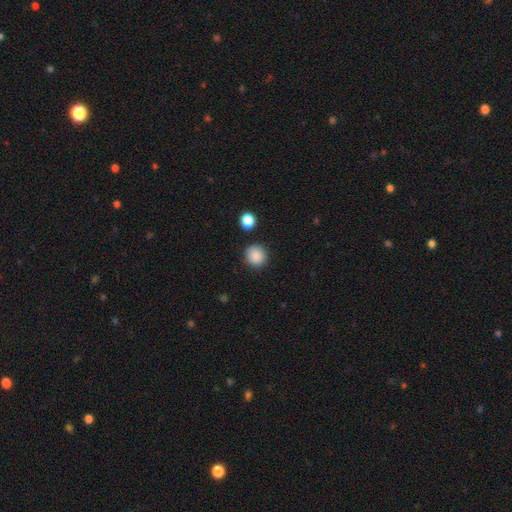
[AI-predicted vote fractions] Q: Smooth or featured?
A: smooth (88%); runner-up: star or artifact (9%)
Q: How rounded?
A: round (88%); runner-up: in between (11%)
Q: Merging?
A: none (87%); runner-up: minor disturbance (8%)